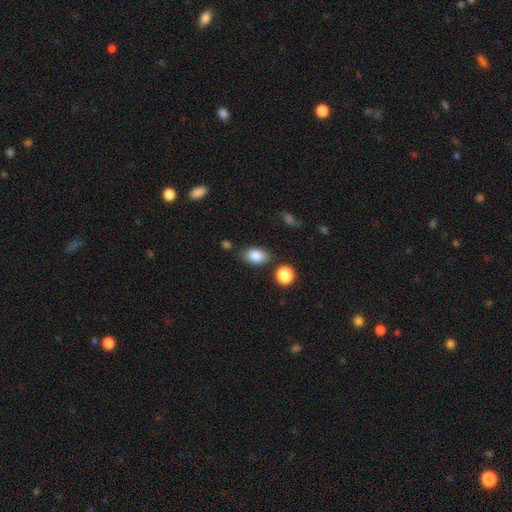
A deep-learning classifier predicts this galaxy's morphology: This appears to be a smooth galaxy with no disk features (85%) that is in between round and cigar-shaped (86%). Merging: none (79%).